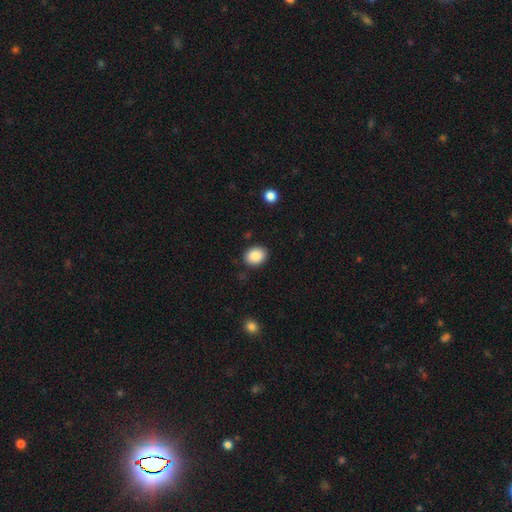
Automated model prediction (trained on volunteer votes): A smooth galaxy with no disk features (88%) that is in between round and cigar-shaped (57%).

Vote fractions:
- Smooth or featured? smooth: 88% / star or artifact: 8% / featured or disk: 4%
- How rounded? in between: 57% / round: 42% / cigar-shaped: 1%
- Merging? none: 87% / minor disturbance: 9% / major disturbance: 2% / merger: 1%